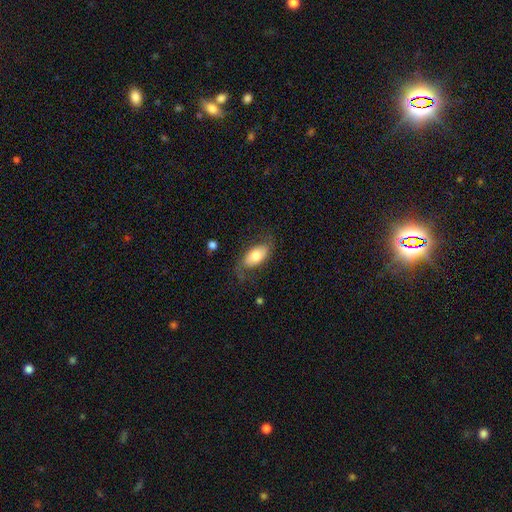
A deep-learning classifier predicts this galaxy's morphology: type=smooth (68%); roundness=in between (92%); merging=none (67%).